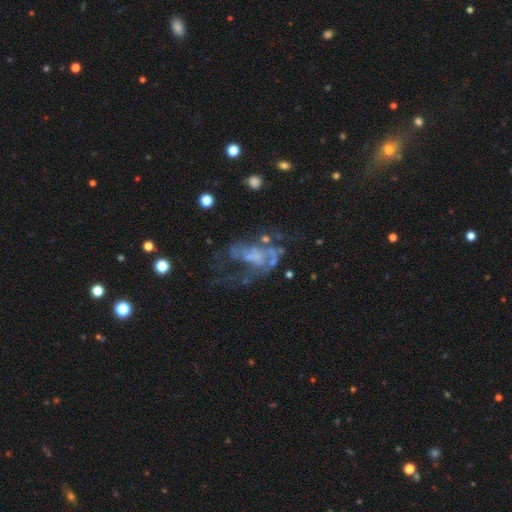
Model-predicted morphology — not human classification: featured or disk 66%, smooth 18%, star or artifact 15%. Down the decision tree: edge-on disk — no (96%); bar — no (73%); spiral arms — no (53%); bulge size — none (55%); merging — major disturbance (48%).